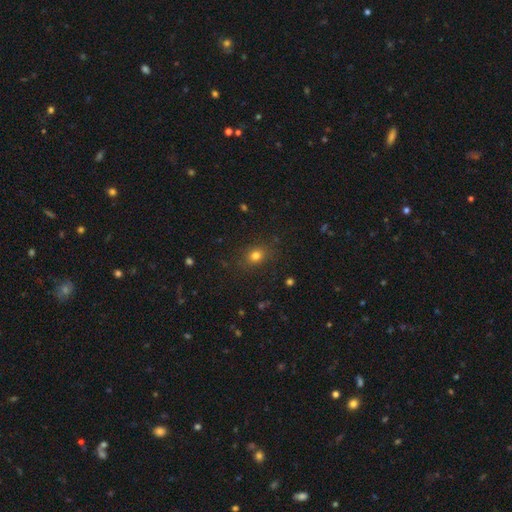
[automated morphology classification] Smooth or featured? smooth (78%)
How rounded? round (52%)
Merging? none (84%)